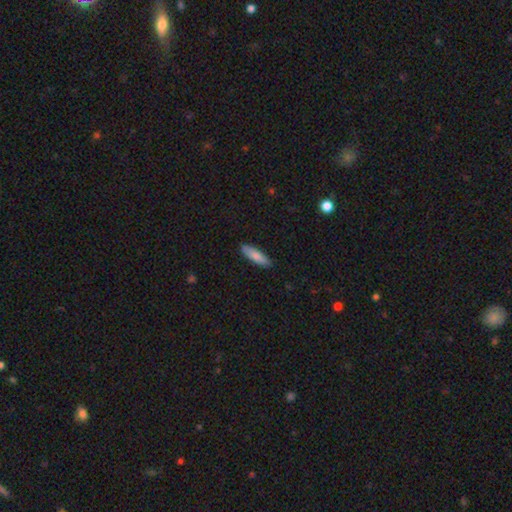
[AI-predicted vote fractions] Overall: smooth (82%). How rounded: cigar-shaped (60%; in between 38%). Merging: none (87%).